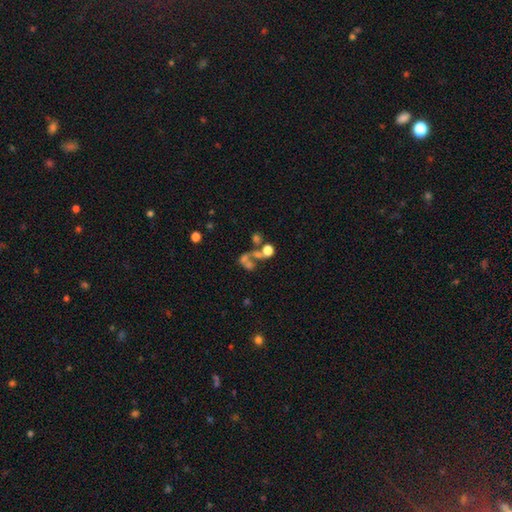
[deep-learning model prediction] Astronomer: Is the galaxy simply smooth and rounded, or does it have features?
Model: star or artifact — 35% (runner-up: featured or disk, 34%).